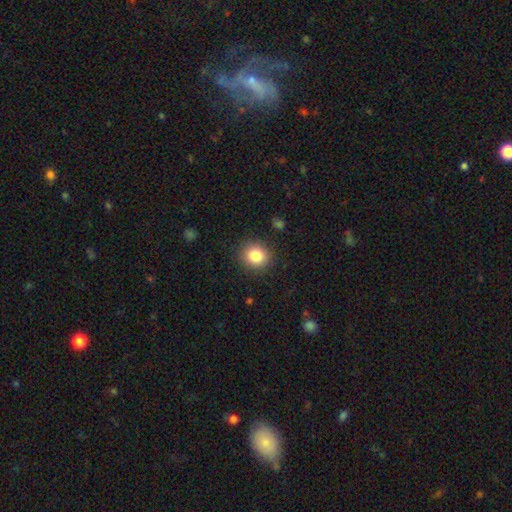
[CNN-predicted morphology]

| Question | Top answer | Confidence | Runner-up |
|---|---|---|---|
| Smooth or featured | smooth | 84% | star or artifact (10%) |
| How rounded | round | 80% | in between (19%) |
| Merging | none | 88% | minor disturbance (8%) |